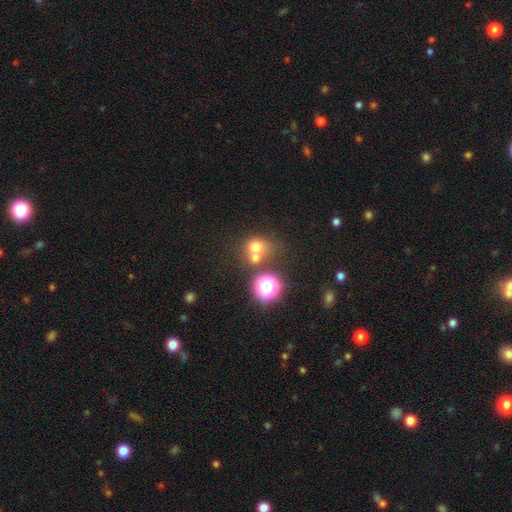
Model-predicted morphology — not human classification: smooth_or_featured: smooth (p=0.62) [alt: star or artifact p=0.26]
how_rounded: round (p=0.78) [alt: in between p=0.21]
merging: none (p=0.45) [alt: merger p=0.41]